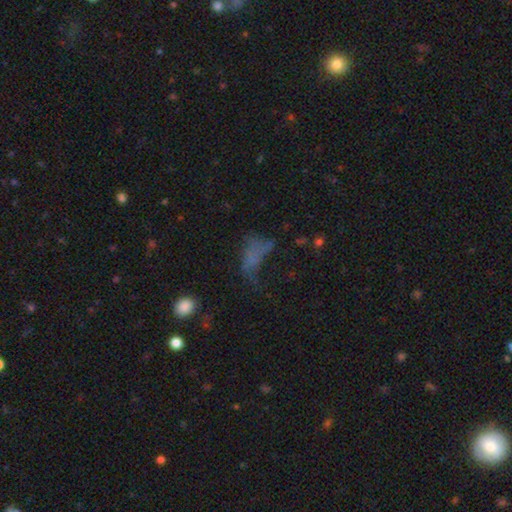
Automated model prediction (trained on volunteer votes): Overall: smooth (42%; star or artifact 32%). Merging: major disturbance (44%; none 31%).